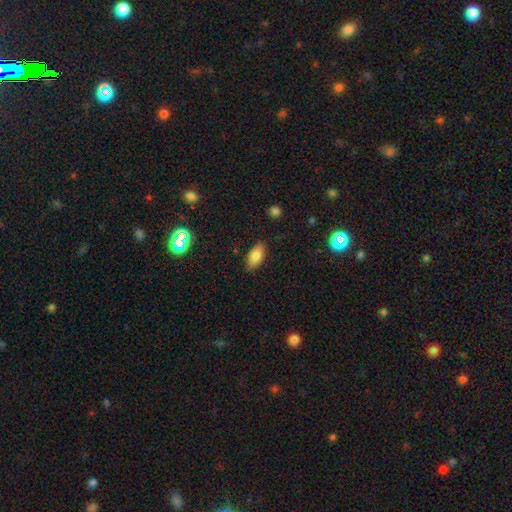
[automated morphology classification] The model was most divided on "smooth or featured": smooth: 82%, featured or disk: 10%, star or artifact: 8%. More confident: how rounded — in between (89%); merging — none (84%).